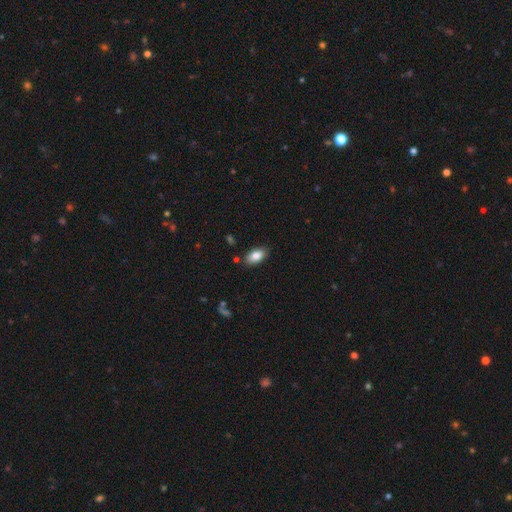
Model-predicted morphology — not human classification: Overall: smooth (83%). How rounded: in between (93%). Merging: none (85%).